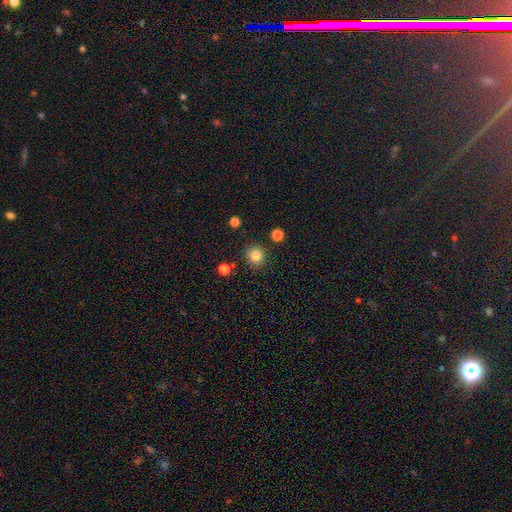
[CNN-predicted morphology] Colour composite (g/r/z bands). It shows a smooth galaxy with no disk features (84%) that is round (93%). Merging: none (89%).